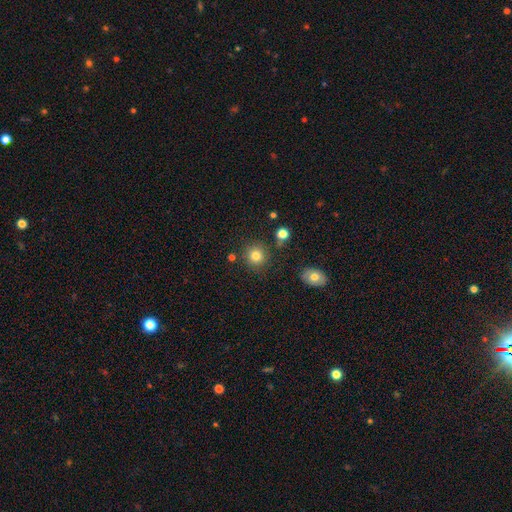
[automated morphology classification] A smooth galaxy with no disk features (81%) that is round (91%). Merging: none (83%).